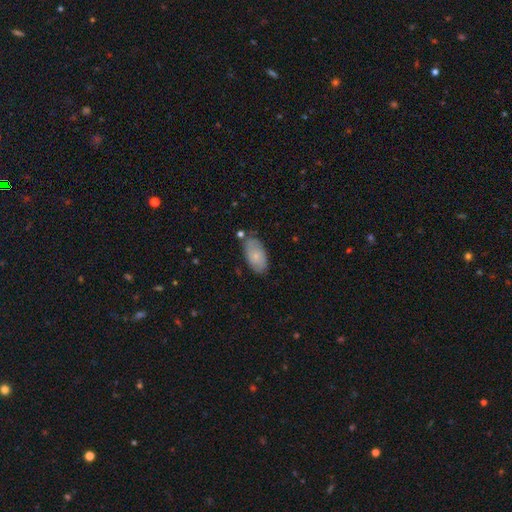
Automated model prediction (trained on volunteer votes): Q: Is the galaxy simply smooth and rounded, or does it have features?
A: smooth — 66%.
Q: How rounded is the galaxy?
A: in between — 93%.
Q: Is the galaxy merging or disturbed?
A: none — 72%.